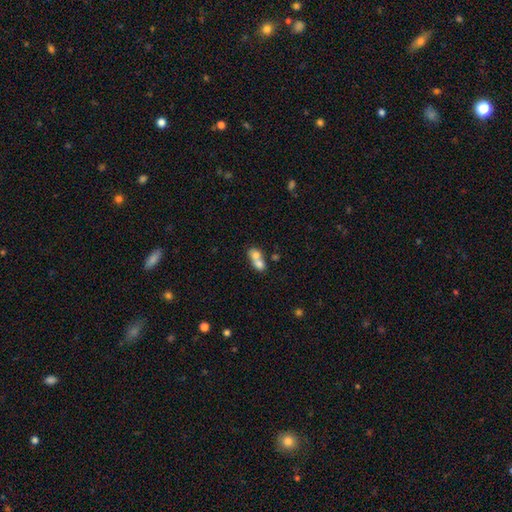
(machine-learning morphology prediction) This is likely a smooth galaxy (68%). How rounded: possibly in between (57%). Merging: likely merger (74%).